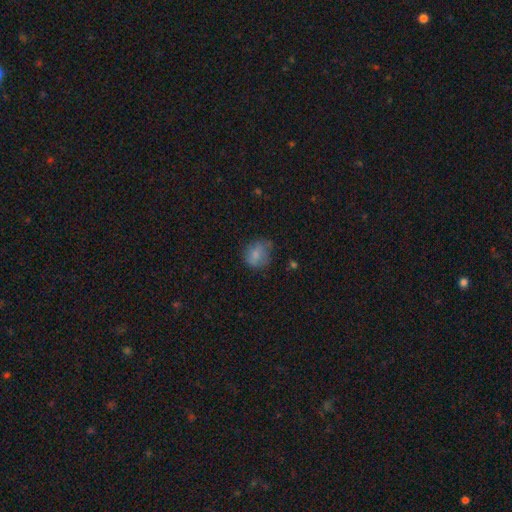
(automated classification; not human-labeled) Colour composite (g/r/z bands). It shows a smooth galaxy with no disk features (72%) that is round (65%). Merging: none (56%).